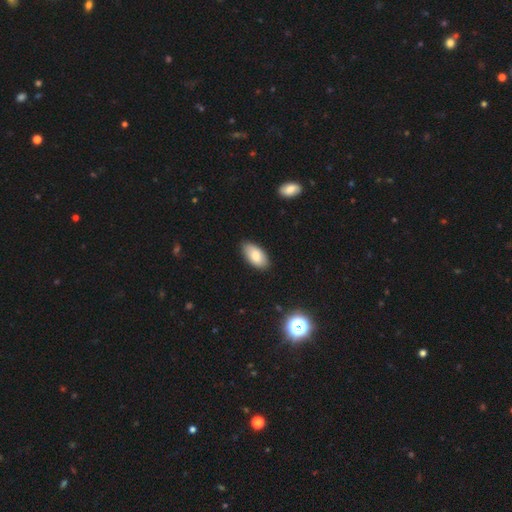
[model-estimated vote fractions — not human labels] smooth_or_featured: smooth (p=0.82) [alt: featured or disk p=0.11]
how_rounded: in between (p=0.94) [alt: cigar-shaped p=0.03]
merging: none (p=0.85) [alt: minor disturbance p=0.12]